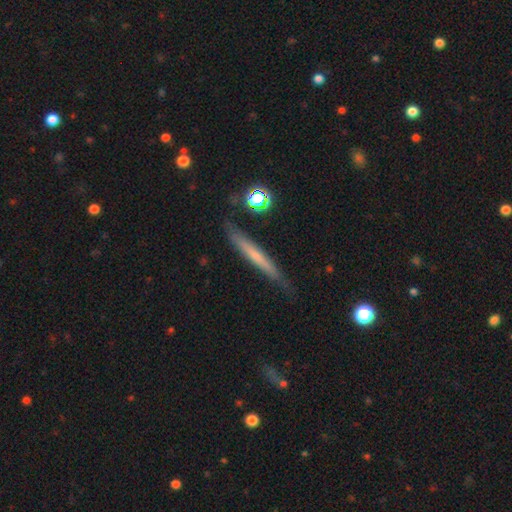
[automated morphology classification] This is possibly a featured or disk galaxy (47%). Merging: clearly none (82%).